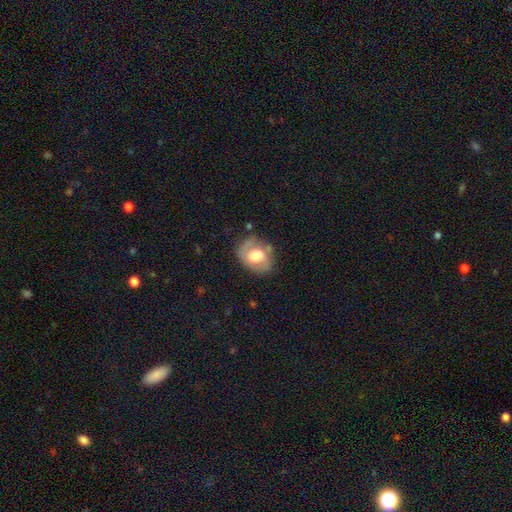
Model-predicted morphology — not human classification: Q: Smooth or featured?
A: featured or disk (55%); runner-up: smooth (38%)
Q: Edge-on disk?
A: no (96%); runner-up: yes (4%)
Q: Bar?
A: no (63%); runner-up: weak (29%)
Q: Spiral arms?
A: yes (63%); runner-up: no (37%)
Q: Bulge size?
A: moderate (46%); runner-up: large (43%)
Q: Merging?
A: none (66%); runner-up: minor disturbance (22%)